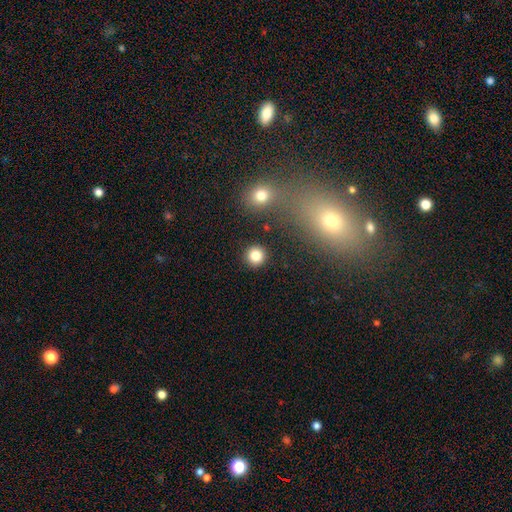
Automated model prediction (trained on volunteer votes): Morphology: type=smooth (83%); roundness=round (94%); merging=none (89%).